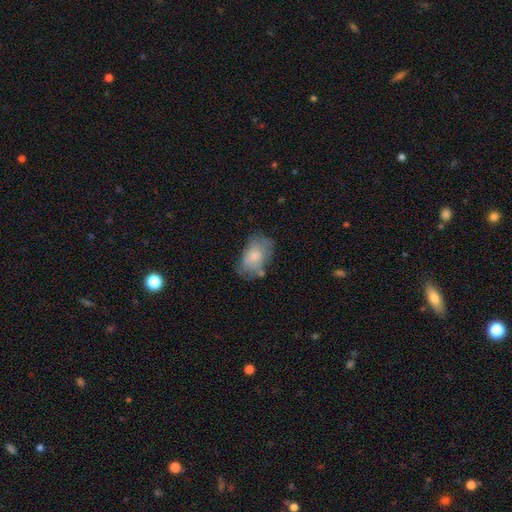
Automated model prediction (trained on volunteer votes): This is likely a smooth galaxy (65%). How rounded: clearly in between (88%). Merging: possibly none (50%).